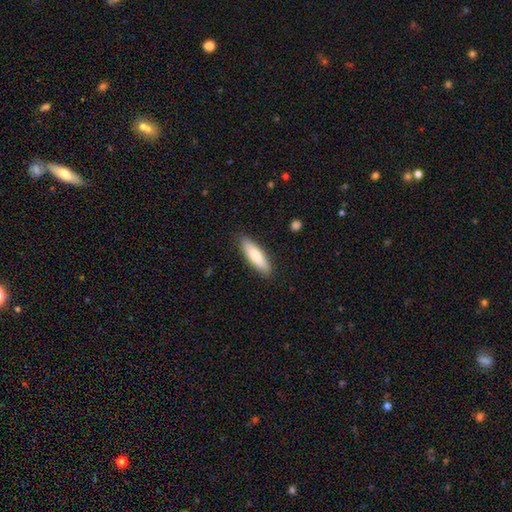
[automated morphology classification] Overall: smooth (78%). How rounded: cigar-shaped (58%; in between 41%). Merging: none (87%).